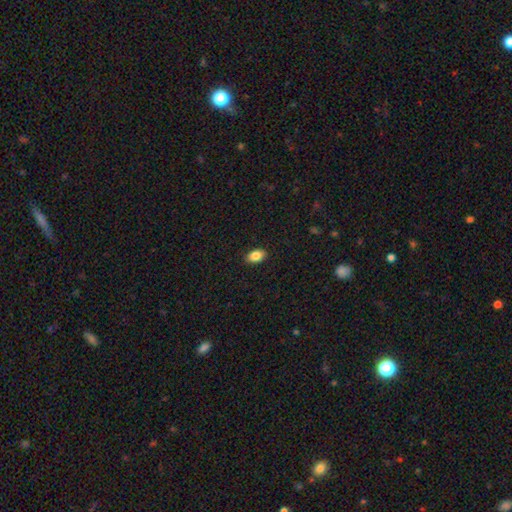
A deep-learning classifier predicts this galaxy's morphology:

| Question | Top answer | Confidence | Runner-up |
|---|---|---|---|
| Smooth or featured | smooth | 85% | star or artifact (8%) |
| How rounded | in between | 90% | round (8%) |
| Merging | none | 89% | minor disturbance (8%) |